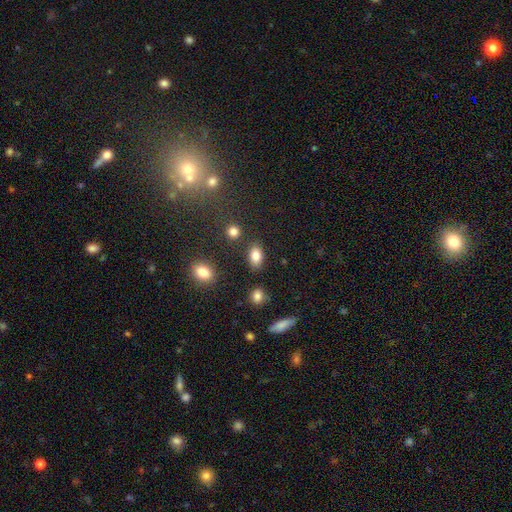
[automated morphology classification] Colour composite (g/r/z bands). It shows a smooth galaxy with no disk features (84%) that is in between round and cigar-shaped (88%). Merging: none (83%).